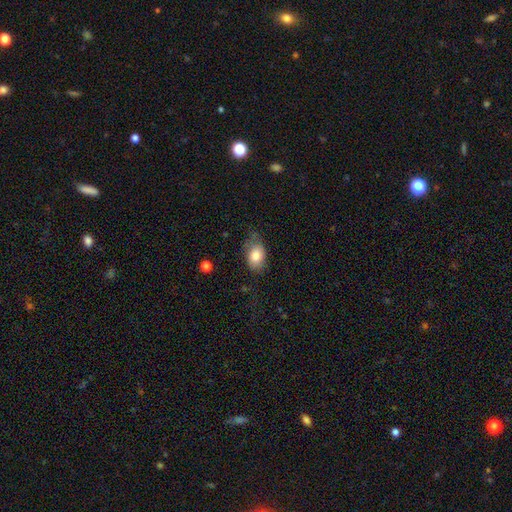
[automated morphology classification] smooth-or-featured: smooth: 81% | featured or disk: 11% | star or artifact: 8%
  how-rounded: in between: 83% | round: 16% | cigar-shaped: 1%
  merging: none: 60% | minor disturbance: 29% | major disturbance: 9% | merger: 2%